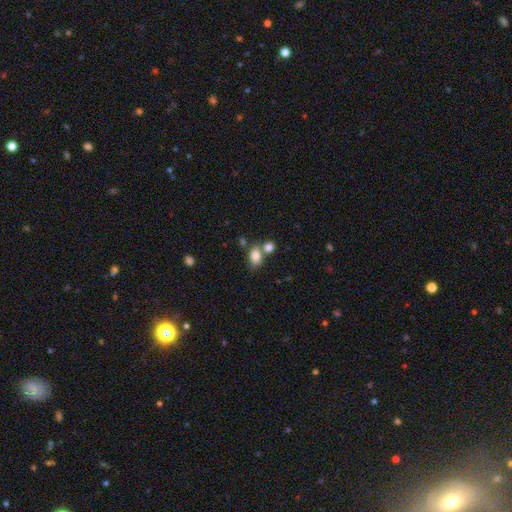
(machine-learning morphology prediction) Smooth or featured? smooth (82%)
How rounded? in between (77%)
Merging? none (52%)